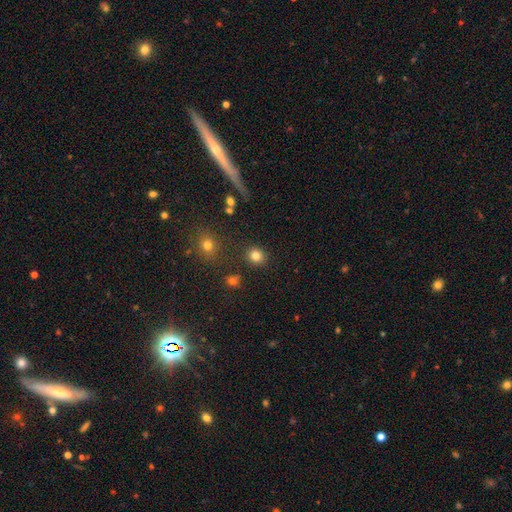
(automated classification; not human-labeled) Smooth or featured? smooth (82%)
How rounded? round (80%)
Merging? none (86%)